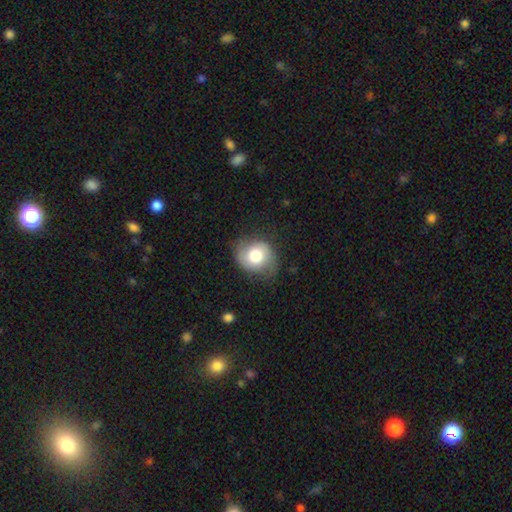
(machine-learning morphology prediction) This is likely a smooth galaxy (69%). How rounded: likely round (69%). Merging: likely none (68%).